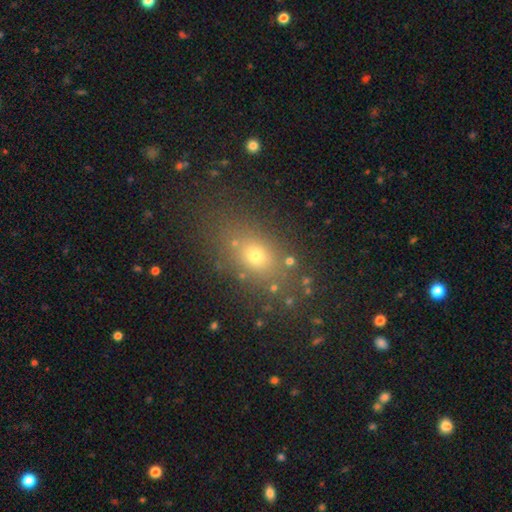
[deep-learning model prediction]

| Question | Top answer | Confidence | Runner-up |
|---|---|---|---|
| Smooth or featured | smooth | 66% | star or artifact (20%) |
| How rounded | in between | 64% | round (32%) |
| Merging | none | 79% | minor disturbance (12%) |